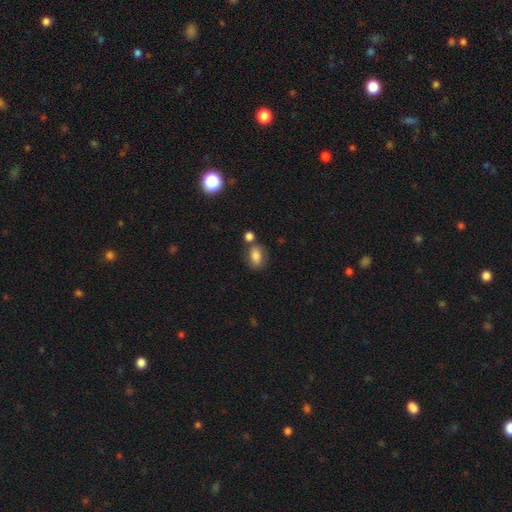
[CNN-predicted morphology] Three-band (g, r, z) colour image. It shows a smooth galaxy with no disk features (79%) that is in between round and cigar-shaped (74%). Merging: none (59%).